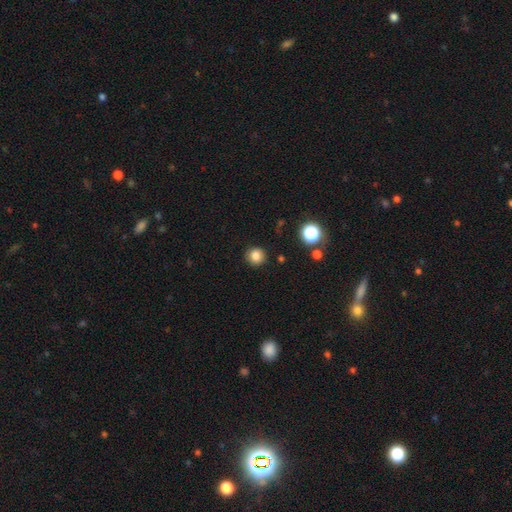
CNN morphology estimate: Q: Smooth or featured?
A: smooth (84%); runner-up: star or artifact (12%)
Q: How rounded?
A: round (91%); runner-up: in between (8%)
Q: Merging?
A: none (89%); runner-up: minor disturbance (7%)